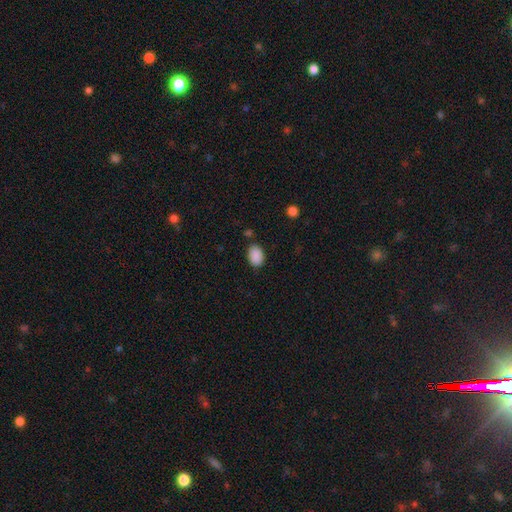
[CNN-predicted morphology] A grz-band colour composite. It shows a smooth galaxy with no disk features (90%) that is in between round and cigar-shaped (86%). Merging: none (83%).